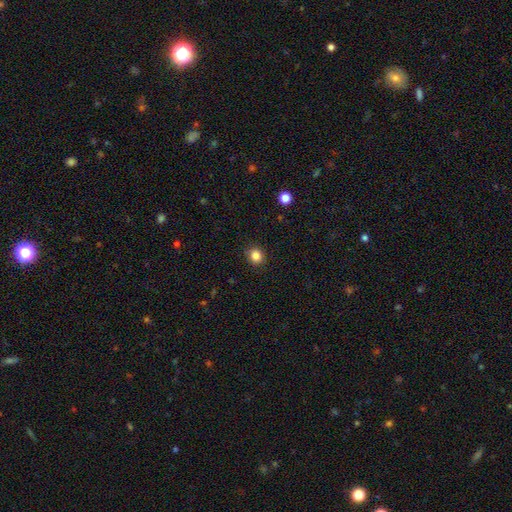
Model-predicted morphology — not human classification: Overall: smooth (84%). How rounded: round (82%). Merging: none (90%).